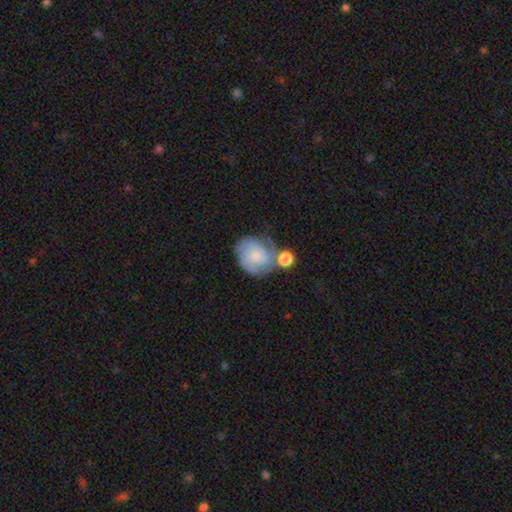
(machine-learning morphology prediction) Smooth or featured? Predicted: featured or disk (p=0.66). Edge-on disk? Predicted: no (p=0.98). Bar? Predicted: no (p=0.75). Spiral arms? Predicted: yes (p=0.90). Spiral winding? Predicted: tight (p=0.54). Spiral arm count? Predicted: 3 (p=0.32). Bulge size? Predicted: small (p=0.64). Merging? Predicted: none (p=0.49).